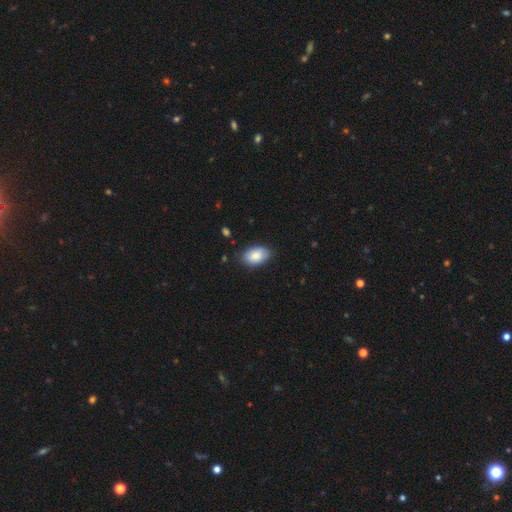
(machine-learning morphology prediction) Overall: smooth (83%). How rounded: in between (91%). Merging: none (81%).